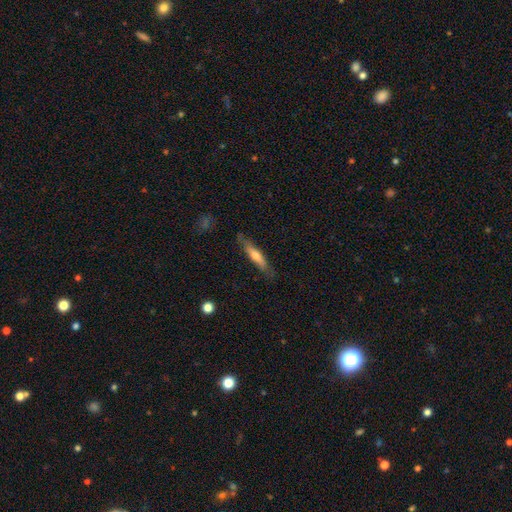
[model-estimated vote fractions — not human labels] smooth_or_featured: smooth (p=0.55) [alt: featured or disk p=0.39]
how_rounded: cigar-shaped (p=0.84) [alt: in between p=0.14]
merging: none (p=0.78) [alt: minor disturbance p=0.17]